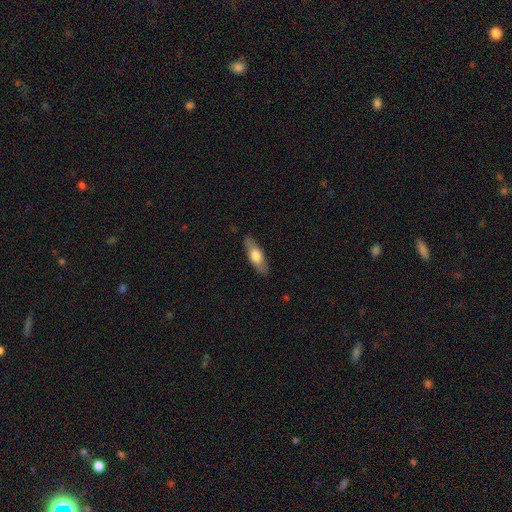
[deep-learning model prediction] Smooth or featured? Predicted: smooth (p=0.61). How rounded? Predicted: in between (p=0.64). Merging? Predicted: none (p=0.84).